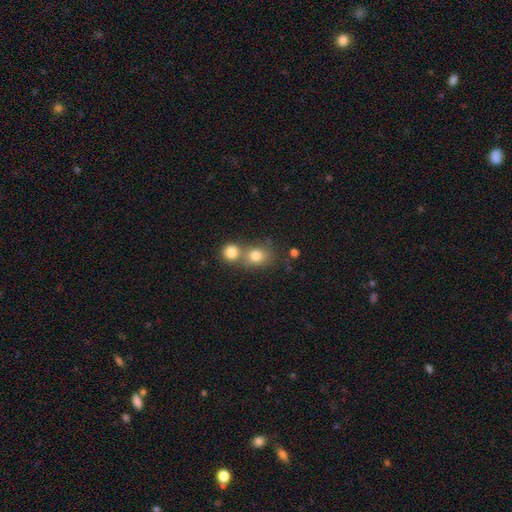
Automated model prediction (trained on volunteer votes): This is likely a smooth galaxy (80%). How rounded: likely round (67%). Merging: marginally merger (45%).